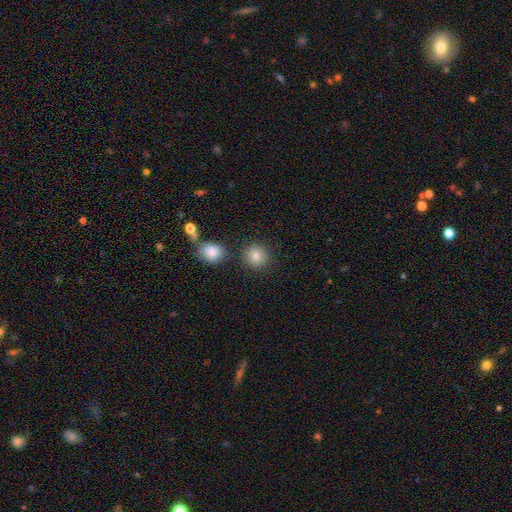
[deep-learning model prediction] smooth-or-featured: smooth: 82% | star or artifact: 11% | featured or disk: 7%
  how-rounded: round: 85% | in between: 14% | cigar-shaped: 1%
  merging: none: 81% | minor disturbance: 9% | merger: 7% | major disturbance: 3%